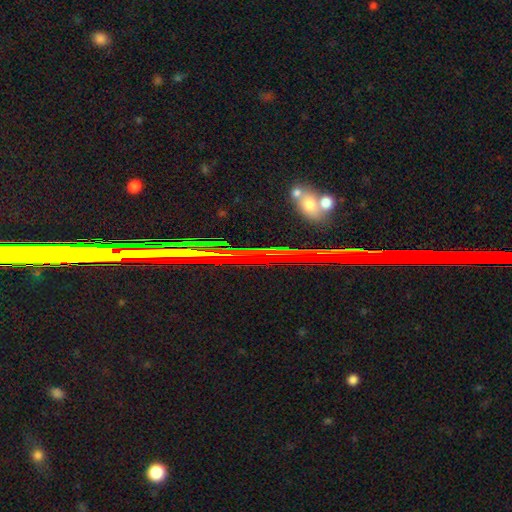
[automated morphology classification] Smooth or featured?
  - star or artifact: 82% *
  - featured or disk: 10%
  - smooth: 8%